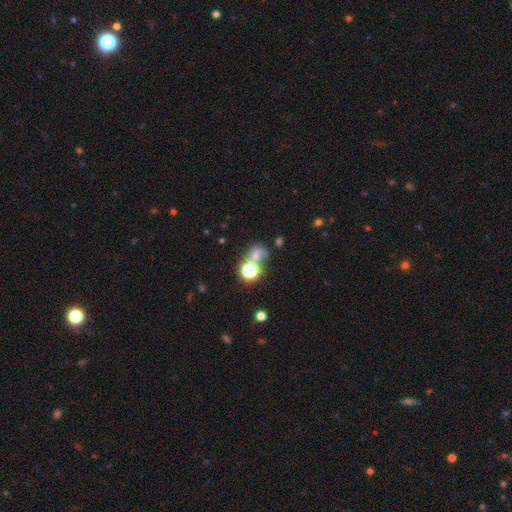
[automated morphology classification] Overall: smooth (41%; star or artifact 35%). Merging: none (36%; merger 29%).